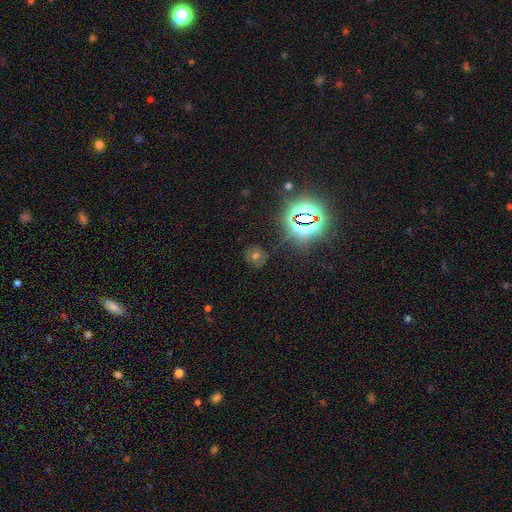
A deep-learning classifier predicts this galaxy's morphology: A star or artifact, not a galaxy (48%).

Vote fractions:
- Smooth or featured? star or artifact: 48% / smooth: 32% / featured or disk: 20%